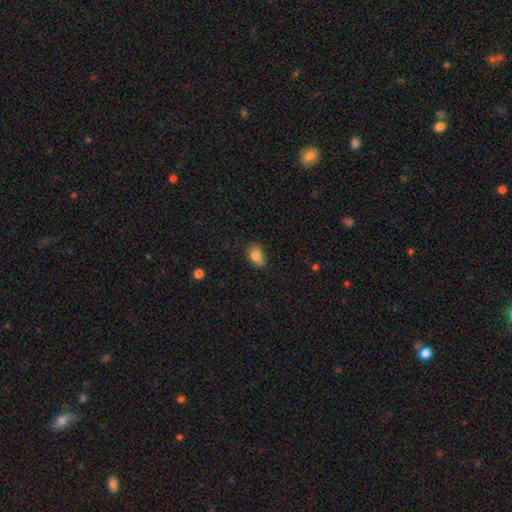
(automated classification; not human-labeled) A smooth galaxy with no disk features (82%) that is in between round and cigar-shaped (76%). Merging: none (60%).